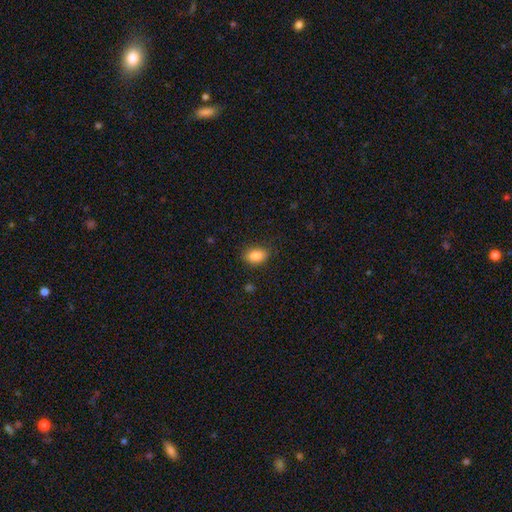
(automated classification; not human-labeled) This appears to be a smooth galaxy with no disk features (87%) that is in between round and cigar-shaped (82%). Merging: none (84%).